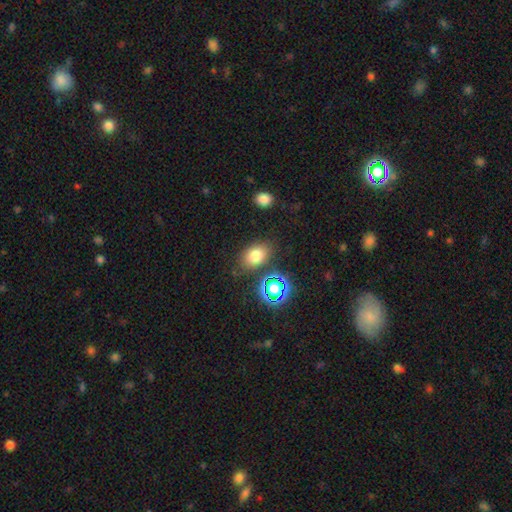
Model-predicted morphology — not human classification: Smooth or featured: smooth — 75% (star or artifact — 15%)
How rounded: in between — 78% (round — 21%)
Merging: none — 79% (minor disturbance — 12%)